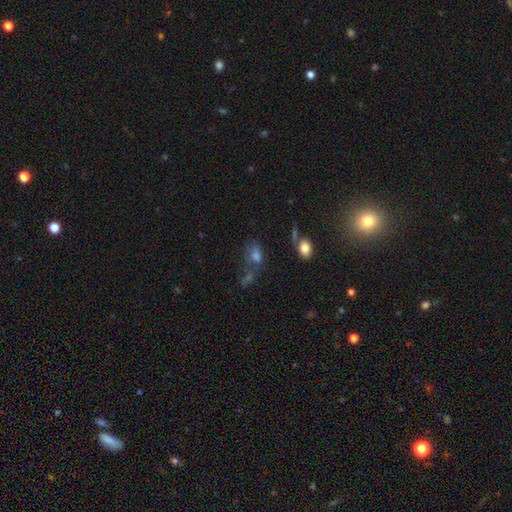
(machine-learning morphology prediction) The model was most divided on "merging": none: 40%, merger: 25%, minor disturbance: 18%, major disturbance: 17%. More confident: how rounded — in between (78%); smooth or featured — smooth (60%).